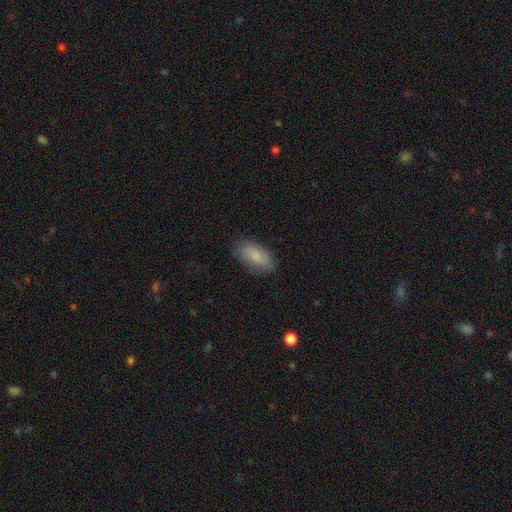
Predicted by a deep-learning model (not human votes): smooth 84%, featured or disk 10%, star or artifact 6%. Down the decision tree: how rounded — in between (91%); merging — none (82%).